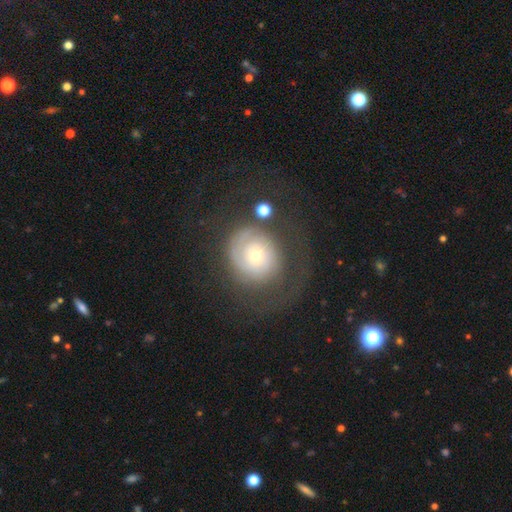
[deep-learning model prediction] A featured or disk galaxy (63%) with no bar (85%), spiral arms (72%) and a small central bulge (62%). Merging: none (48%).